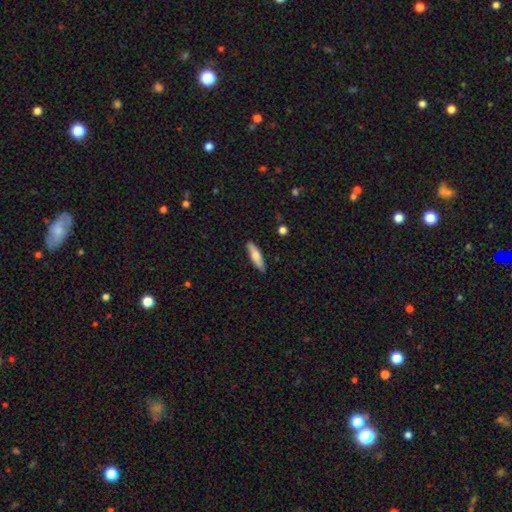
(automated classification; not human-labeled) This is likely a smooth galaxy (70%). How rounded: likely cigar-shaped (71%). Merging: clearly none (86%).